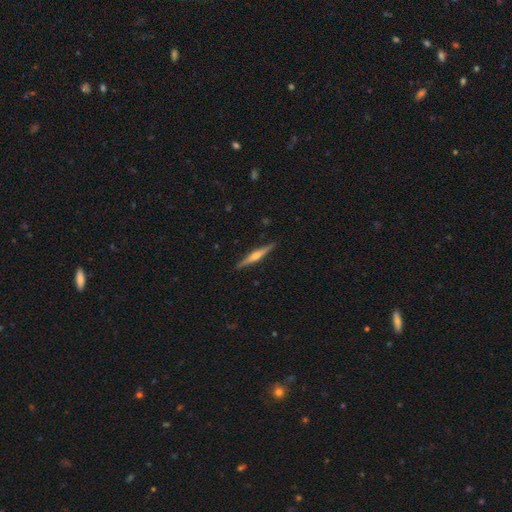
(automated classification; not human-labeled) This is likely a featured or disk galaxy (70%). It is clearly viewed edge-on (98%). Edge-on bulge: clearly rounded (83%). Merging: clearly none (91%).